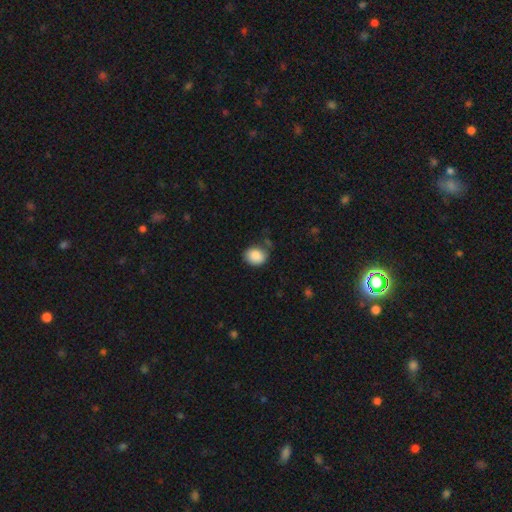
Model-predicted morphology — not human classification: smooth-or-featured: smooth: 87% | star or artifact: 8% | featured or disk: 5%
  how-rounded: round: 54% | in between: 45% | cigar-shaped: 1%
  merging: none: 70% | minor disturbance: 20% | major disturbance: 5% | merger: 5%